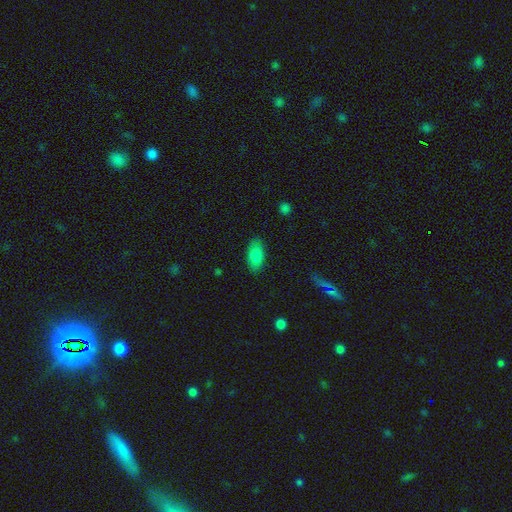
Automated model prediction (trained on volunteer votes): Smooth or featured?
  - smooth: 85% *
  - star or artifact: 7%
  - featured or disk: 7%
How rounded?
  - in between: 91% *
  - cigar-shaped: 6%
  - round: 3%
Merging?
  - none: 85% *
  - minor disturbance: 11%
  - major disturbance: 3%
  - merger: 1%